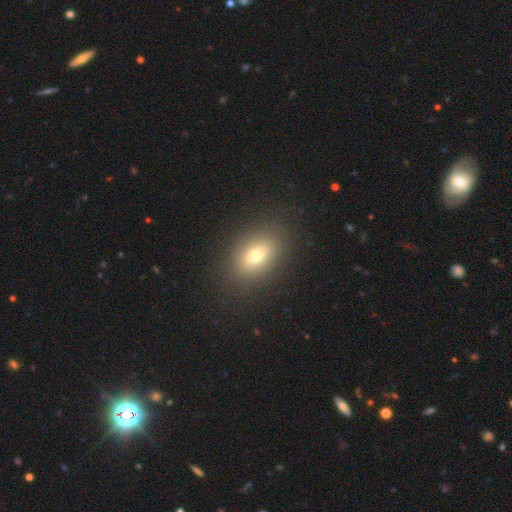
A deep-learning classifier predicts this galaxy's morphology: Smooth or featured? smooth (72%)
How rounded? in between (82%)
Merging? none (86%)